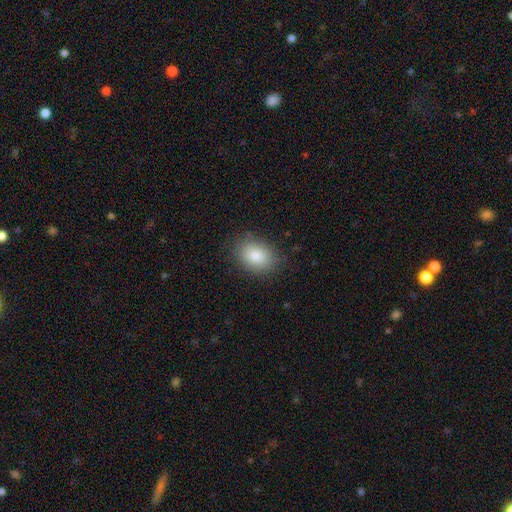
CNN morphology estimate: The model was most divided on "how rounded": in between: 73%, round: 26%, cigar-shaped: 1%. More confident: smooth or featured — smooth (83%); merging — none (83%).